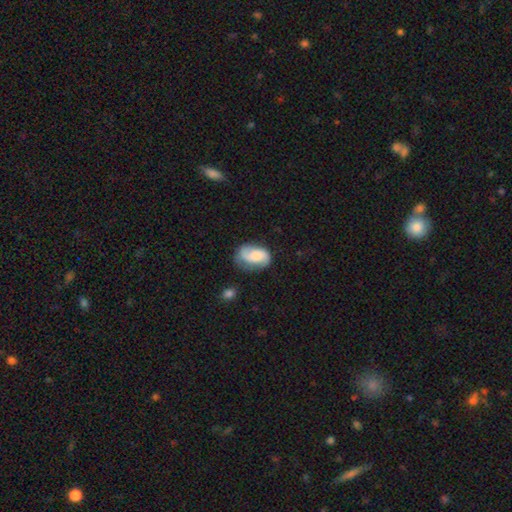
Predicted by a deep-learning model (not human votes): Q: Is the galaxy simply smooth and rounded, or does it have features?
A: featured or disk — 51%.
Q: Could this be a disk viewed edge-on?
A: no — 97%.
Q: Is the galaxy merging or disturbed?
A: none — 54%.